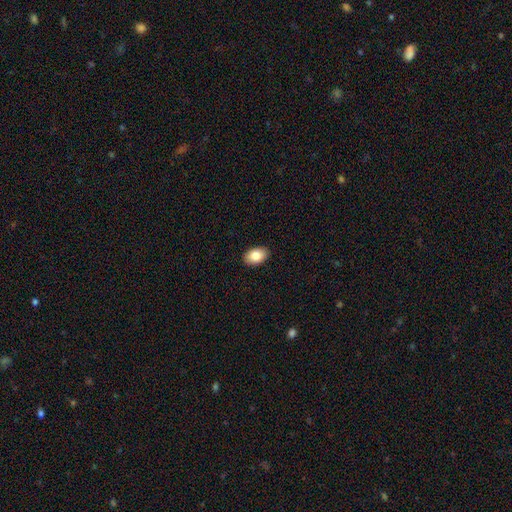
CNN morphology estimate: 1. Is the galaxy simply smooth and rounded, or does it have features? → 85% smooth, 8% featured or disk, 7% star or artifact.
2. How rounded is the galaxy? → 88% in between, 11% round, 1% cigar-shaped.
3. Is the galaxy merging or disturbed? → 90% none, 8% minor disturbance, 2% major disturbance, 1% merger.